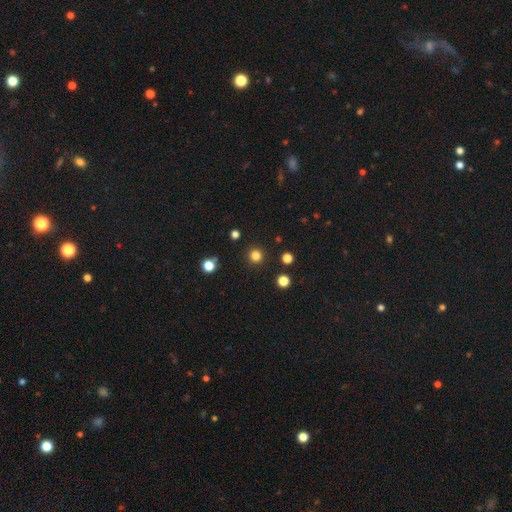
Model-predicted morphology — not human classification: A smooth galaxy with no disk features (81%) that is round (96%). Merging: none (92%).